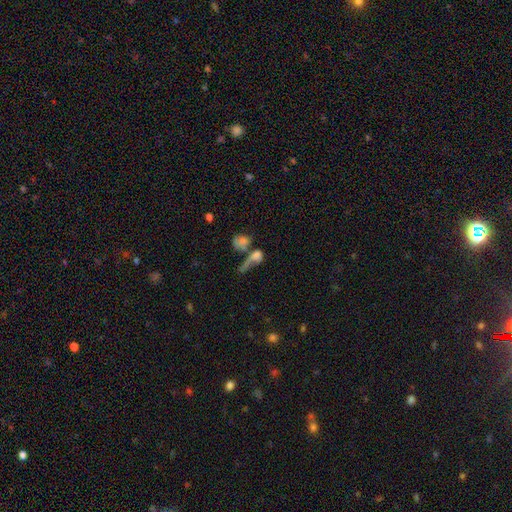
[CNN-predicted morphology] type=smooth (61%); roundness=in between (59%); merging=merger (52%).